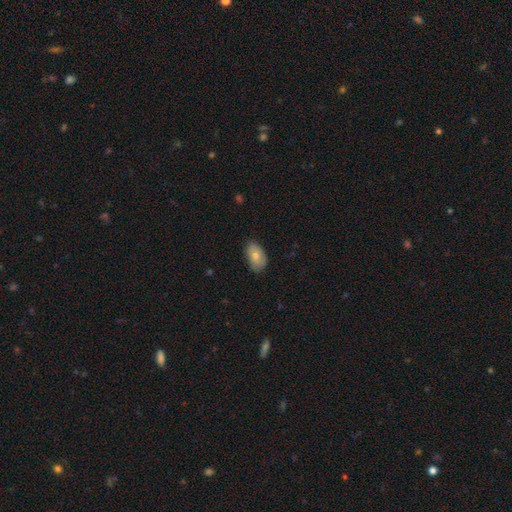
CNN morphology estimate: Smooth or featured? smooth (78%)
How rounded? in between (92%)
Merging? none (75%)